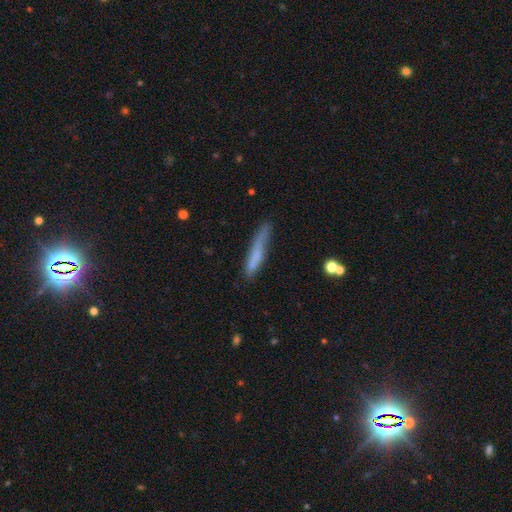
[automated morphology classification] The model was most divided on "merging": none: 62%, minor disturbance: 26%, major disturbance: 8%, merger: 3%. More confident: how rounded — cigar-shaped (92%); smooth or featured — smooth (66%).